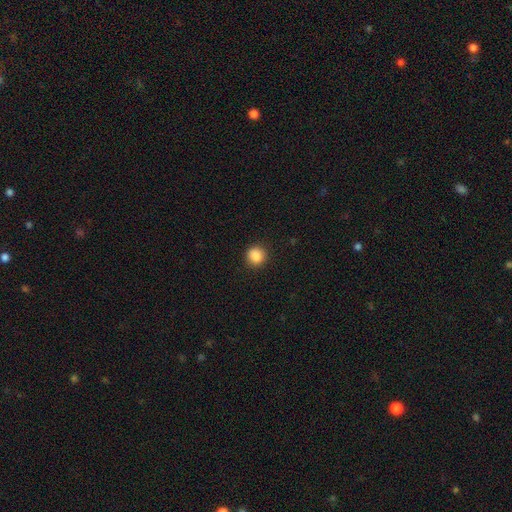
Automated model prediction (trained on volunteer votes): Smooth or featured?
  - smooth: 87% *
  - star or artifact: 10%
  - featured or disk: 3%
How rounded?
  - round: 89% *
  - in between: 10%
  - cigar-shaped: 1%
Merging?
  - none: 90% *
  - minor disturbance: 7%
  - major disturbance: 2%
  - merger: 1%